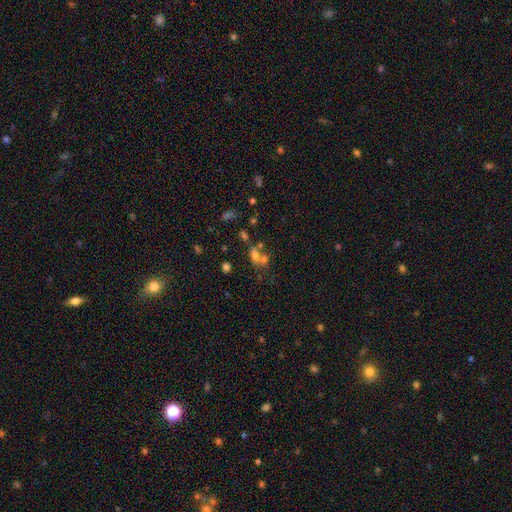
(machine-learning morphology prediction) smooth_or_featured: smooth (p=0.61) [alt: star or artifact p=0.20]
how_rounded: in between (p=0.56) [alt: round p=0.41]
merging: merger (p=0.50) [alt: none p=0.33]